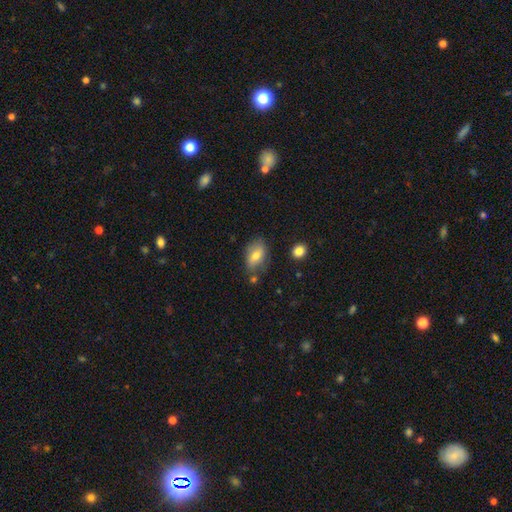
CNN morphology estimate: smooth_or_featured: smooth (p=0.71) [alt: featured or disk p=0.21]
how_rounded: in between (p=0.88) [alt: round p=0.08]
merging: none (p=0.69) [alt: minor disturbance p=0.20]